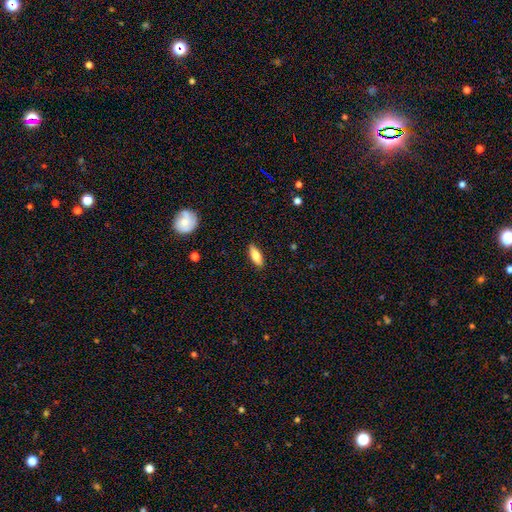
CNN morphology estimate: Q: Smooth or featured?
A: smooth (77%); runner-up: featured or disk (17%)
Q: How rounded?
A: in between (73%); runner-up: cigar-shaped (25%)
Q: Merging?
A: none (88%); runner-up: minor disturbance (9%)